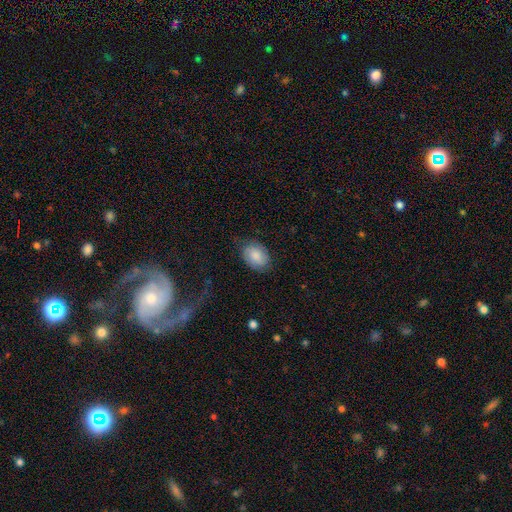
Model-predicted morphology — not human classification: The model was most divided on "merging": none: 72%, minor disturbance: 20%, major disturbance: 6%, merger: 1%. More confident: smooth or featured — smooth (79%); how rounded — in between (78%).